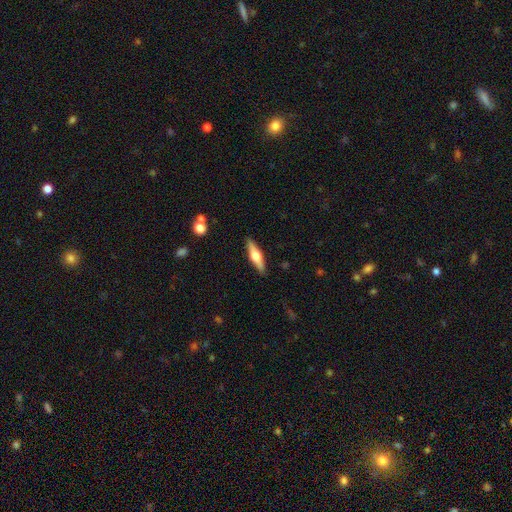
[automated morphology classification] A featured or disk galaxy (61%) viewed edge-on (96%) with a rounded central bulge (93%). Merging: none (89%).